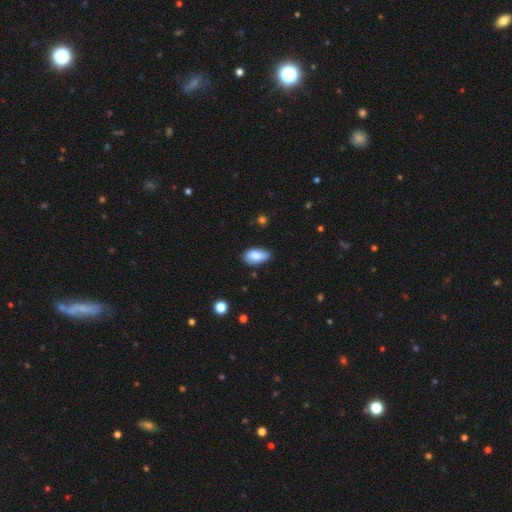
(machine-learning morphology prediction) Smooth or featured? Predicted: smooth (p=0.81). How rounded? Predicted: in between (p=0.93). Merging? Predicted: none (p=0.61).